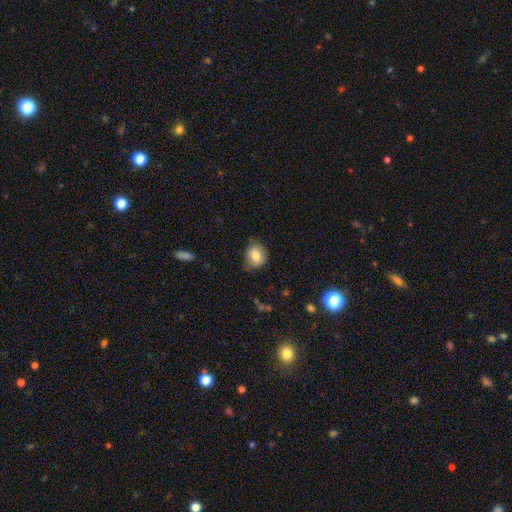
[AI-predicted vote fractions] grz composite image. It shows a smooth galaxy with no disk features (81%) that is round (73%). Merging: none (73%).